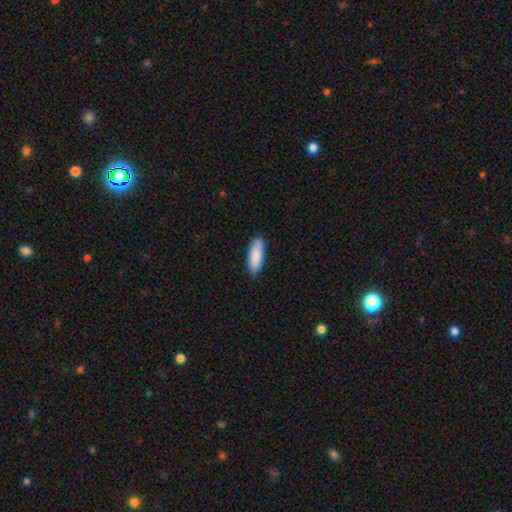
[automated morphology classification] smooth-or-featured: smooth: 89% | featured or disk: 6% | star or artifact: 5%
  how-rounded: in between: 68% | cigar-shaped: 30% | round: 2%
  merging: none: 87% | minor disturbance: 10% | major disturbance: 2% | merger: 1%